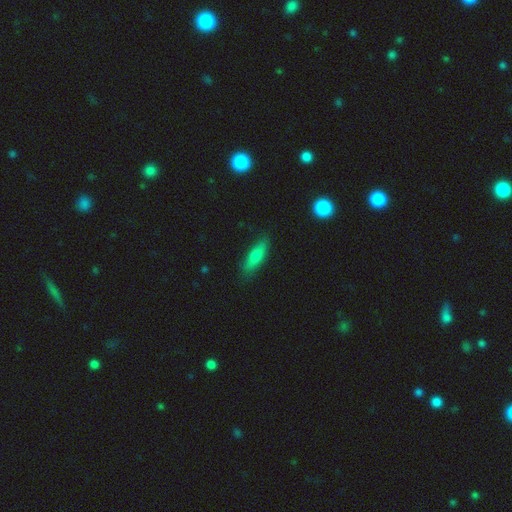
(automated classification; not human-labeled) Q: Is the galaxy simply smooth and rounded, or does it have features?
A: smooth — 71%.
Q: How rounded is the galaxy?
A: cigar-shaped — 52%.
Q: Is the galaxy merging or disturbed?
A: none — 82%.